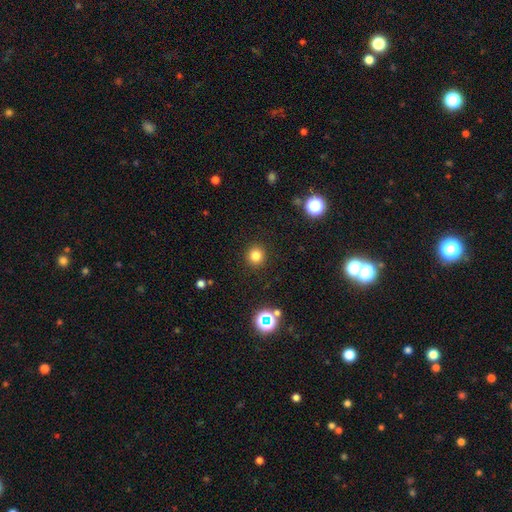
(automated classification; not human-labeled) Smooth or featured? Predicted: smooth (p=0.80). How rounded? Predicted: round (p=0.93). Merging? Predicted: none (p=0.92).